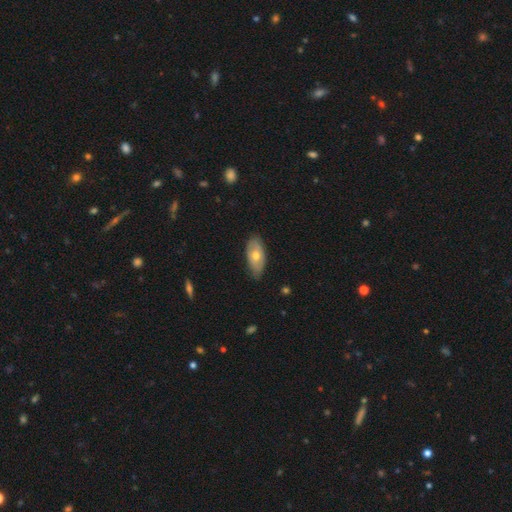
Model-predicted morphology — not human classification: type=smooth (57%); roundness=in between (91%); merging=none (78%).